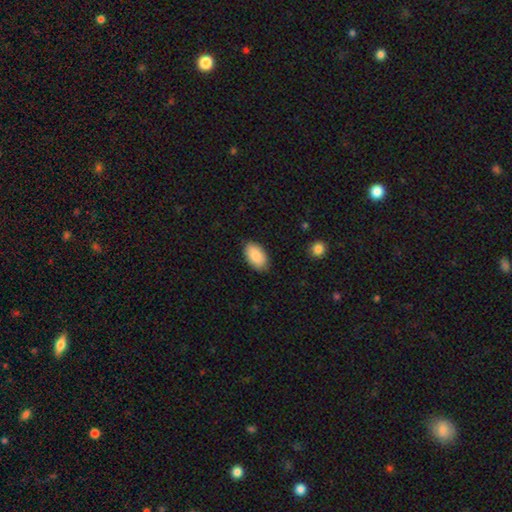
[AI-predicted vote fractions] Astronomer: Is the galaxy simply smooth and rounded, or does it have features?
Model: smooth — 88%.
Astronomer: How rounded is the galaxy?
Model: in between — 94%.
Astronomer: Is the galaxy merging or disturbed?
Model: none — 86%.